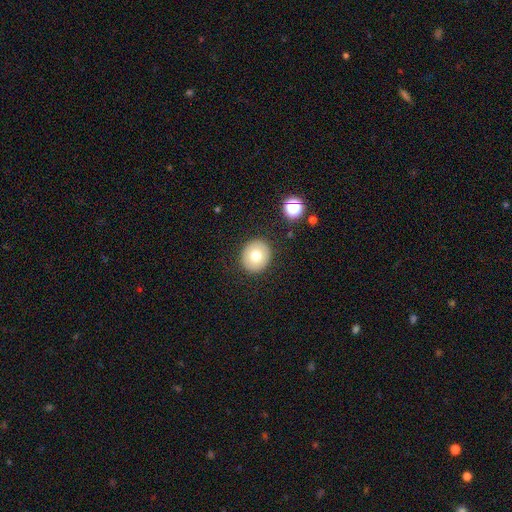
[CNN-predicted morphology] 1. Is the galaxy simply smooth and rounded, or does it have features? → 73% smooth, 17% featured or disk, 10% star or artifact.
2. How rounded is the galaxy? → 79% round, 20% in between, 1% cigar-shaped.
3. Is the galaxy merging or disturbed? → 90% none, 7% minor disturbance, 2% major disturbance, 1% merger.